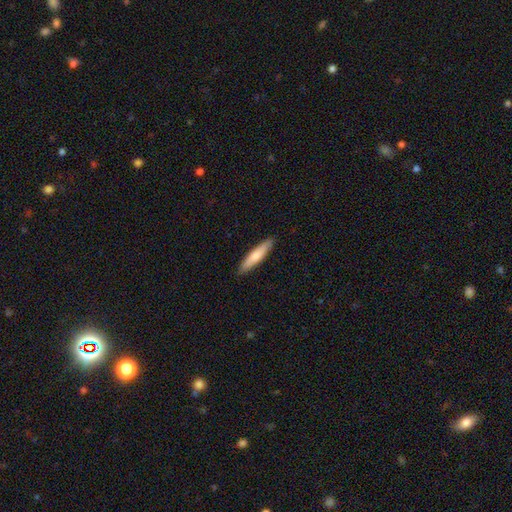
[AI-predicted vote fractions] smooth-or-featured: smooth: 74% | featured or disk: 20% | star or artifact: 5%
  how-rounded: cigar-shaped: 85% | in between: 14% | round: 1%
  merging: none: 90% | minor disturbance: 8% | major disturbance: 2% | merger: 1%